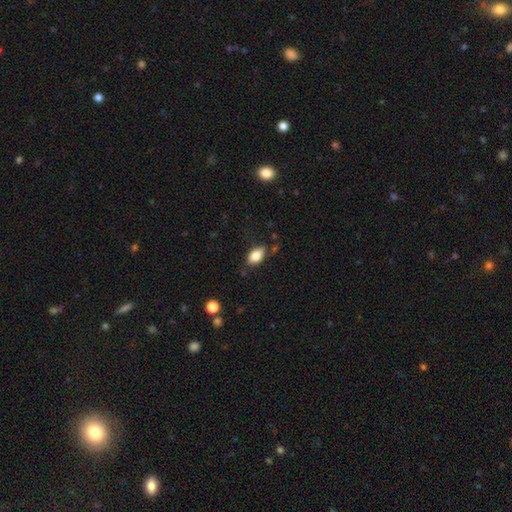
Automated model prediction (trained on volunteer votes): Smooth or featured: smooth — 82% (featured or disk — 10%)
How rounded: in between — 88% (round — 8%)
Merging: none — 73% (minor disturbance — 20%)